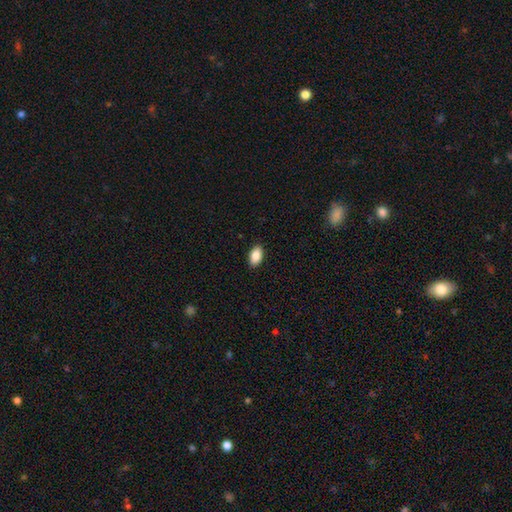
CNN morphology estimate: Q: Smooth or featured?
A: smooth (88%); runner-up: star or artifact (7%)
Q: How rounded?
A: in between (93%); runner-up: round (5%)
Q: Merging?
A: none (90%); runner-up: minor disturbance (8%)